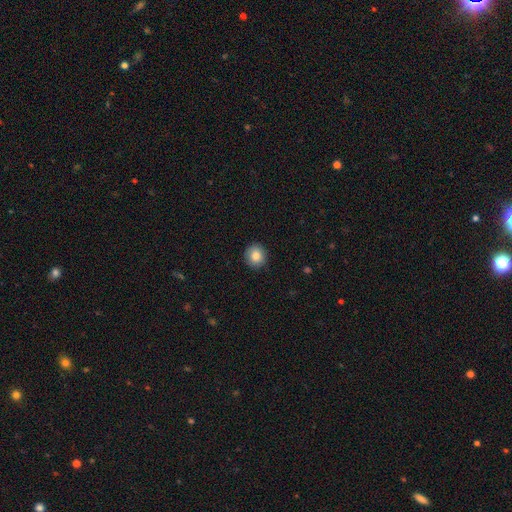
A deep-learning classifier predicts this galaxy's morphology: Overall: smooth (85%). How rounded: round (86%). Merging: none (90%).